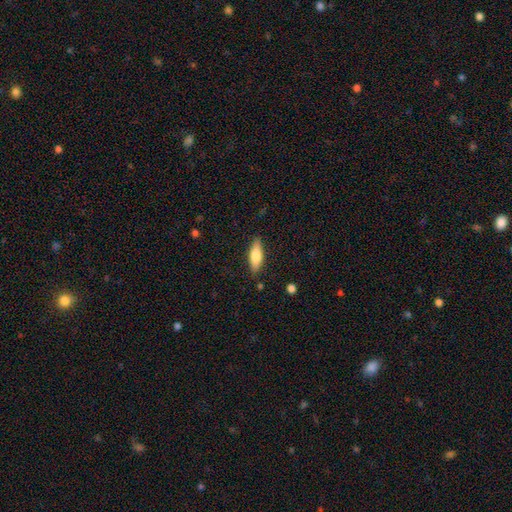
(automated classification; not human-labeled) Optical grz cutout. It shows a smooth galaxy with no disk features (75%) that is in between round and cigar-shaped (59%). Merging: none (86%).